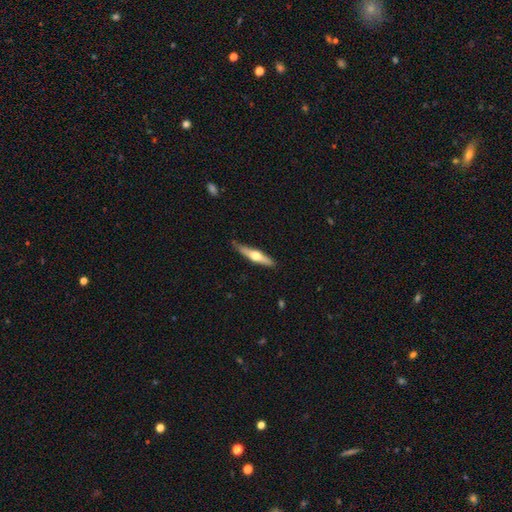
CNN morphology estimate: featured or disk 58%, smooth 37%, star or artifact 5%. Down the decision tree: edge-on disk — yes (95%); edge-on bulge — rounded (94%); merging — none (83%).